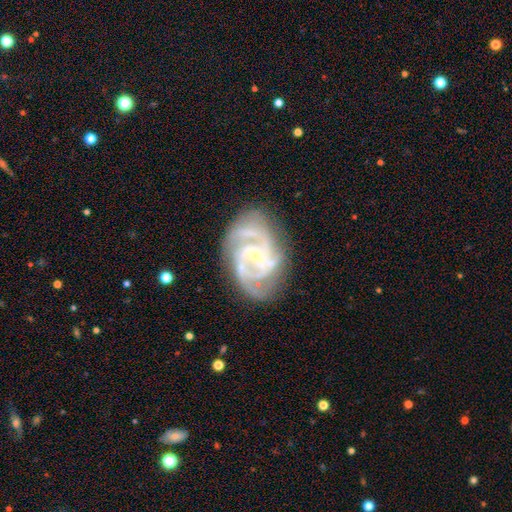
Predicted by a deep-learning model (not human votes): featured or disk 91%, star or artifact 5%, smooth 4%. Down the decision tree: edge-on disk — no (98%); bar — no (50%); spiral arms — yes (98%); spiral arm count — 3 (41%); spiral winding — tight (47%); bulge size — small (72%); merging — none (70%).